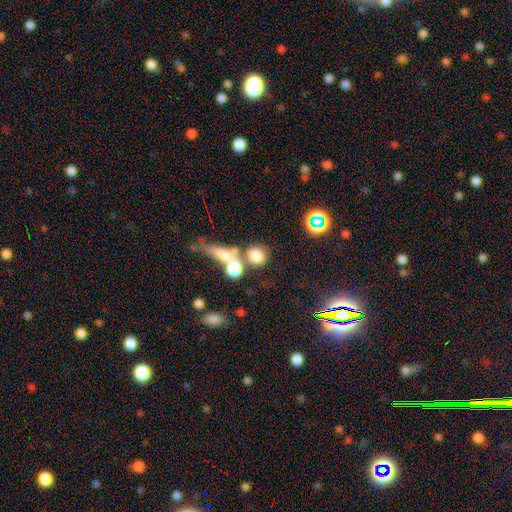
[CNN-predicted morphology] Overall: smooth (74%). How rounded: round (72%). Merging: none (47%; merger 35%).